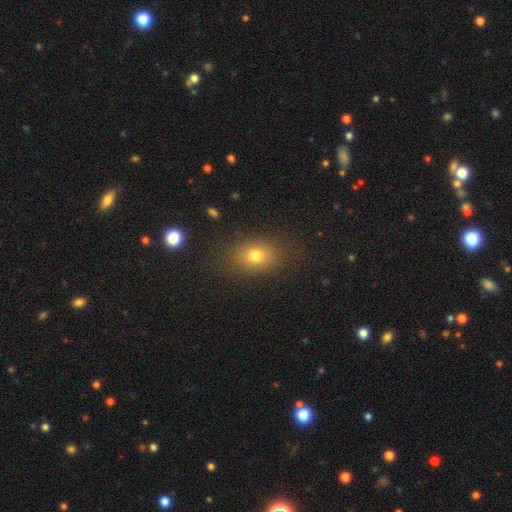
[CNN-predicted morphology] smooth-or-featured: smooth: 75% | star or artifact: 14% | featured or disk: 11%
  how-rounded: in between: 66% | round: 32% | cigar-shaped: 2%
  merging: none: 84% | minor disturbance: 10% | major disturbance: 4% | merger: 1%